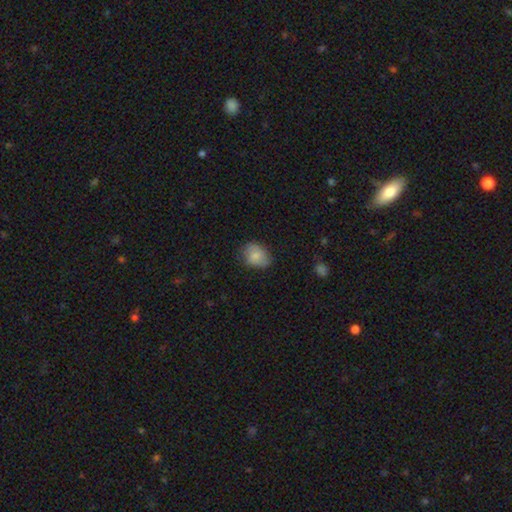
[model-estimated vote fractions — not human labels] Smooth or featured? Predicted: smooth (p=0.81). How rounded? Predicted: in between (p=0.58). Merging? Predicted: none (p=0.74).